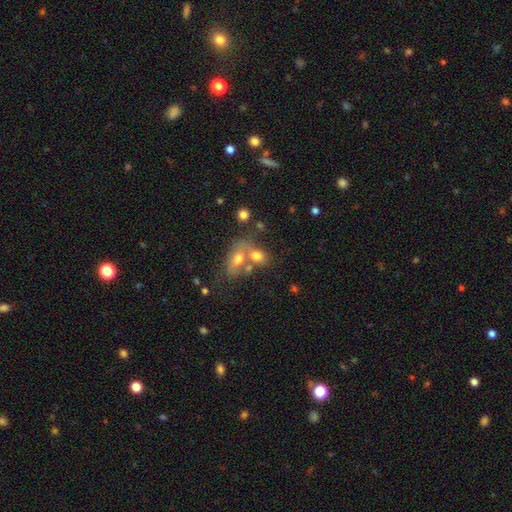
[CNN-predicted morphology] smooth_or_featured: smooth (p=0.69) [alt: featured or disk p=0.20]
how_rounded: in between (p=0.78) [alt: round p=0.19]
merging: merger (p=0.55) [alt: none p=0.29]